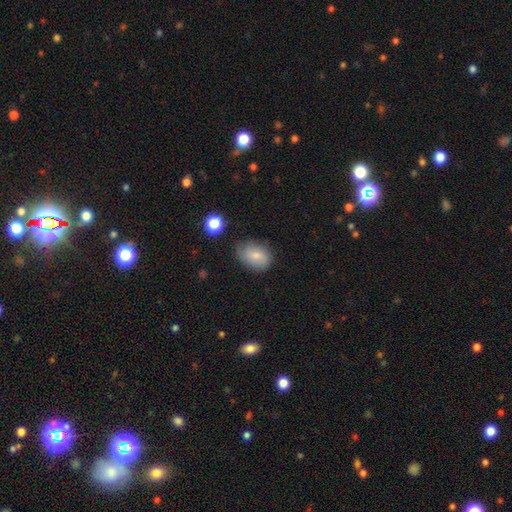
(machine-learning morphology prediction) smooth_or_featured: smooth (p=0.76) [alt: featured or disk p=0.15]
how_rounded: in between (p=0.77) [alt: round p=0.21]
merging: none (p=0.68) [alt: minor disturbance p=0.24]